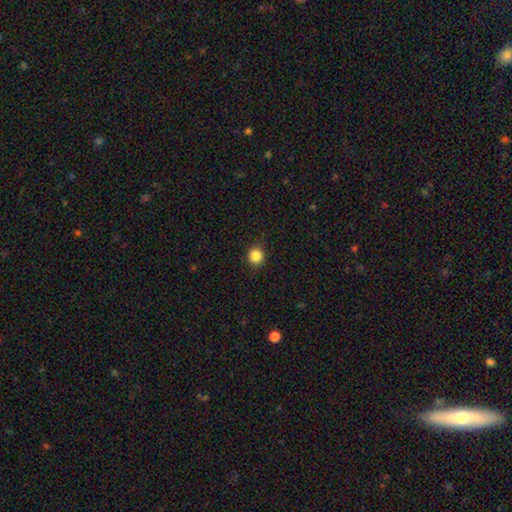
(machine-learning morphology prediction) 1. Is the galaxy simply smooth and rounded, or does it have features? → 85% smooth, 11% star or artifact, 4% featured or disk.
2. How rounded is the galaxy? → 90% round, 9% in between, 1% cigar-shaped.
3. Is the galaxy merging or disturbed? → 91% none, 6% minor disturbance, 2% major disturbance, 1% merger.